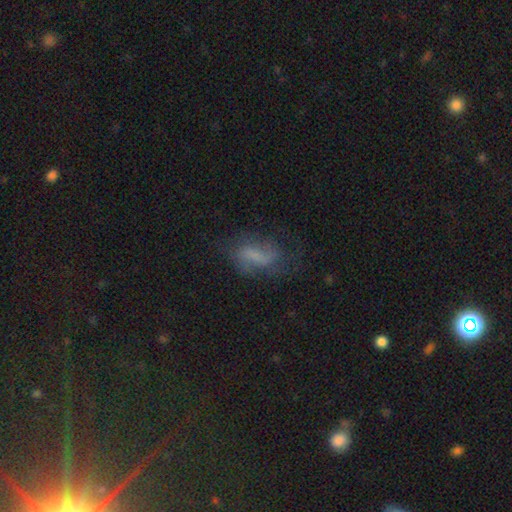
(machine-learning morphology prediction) Smooth or featured?
  - smooth: 45% *
  - featured or disk: 43%
  - star or artifact: 13%
Merging?
  - none: 50% *
  - minor disturbance: 25%
  - major disturbance: 22%
  - merger: 3%